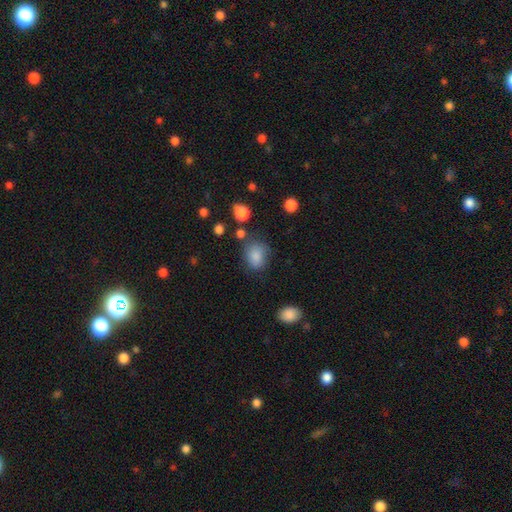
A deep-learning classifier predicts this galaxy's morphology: Smooth or featured: smooth — 84% (star or artifact — 10%)
How rounded: in between — 50% (round — 49%)
Merging: none — 63% (minor disturbance — 23%)